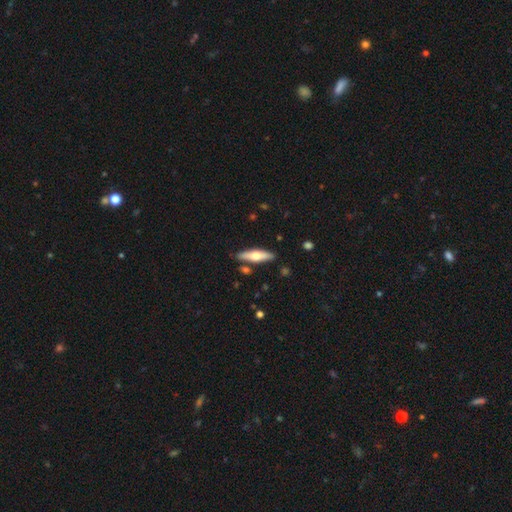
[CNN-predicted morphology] This is possibly a featured or disk galaxy (50%). Merging: clearly none (85%).